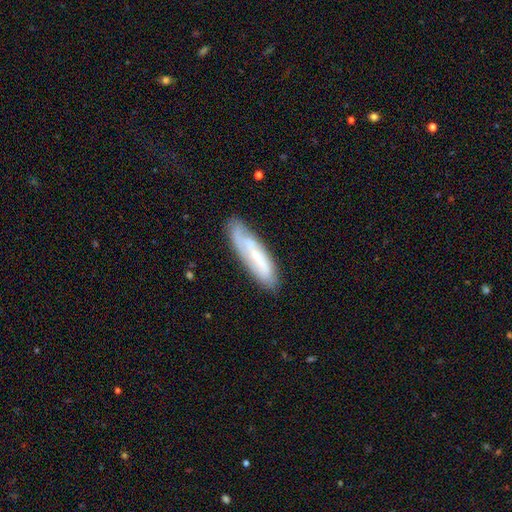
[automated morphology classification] smooth_or_featured: featured or disk (p=0.54) [alt: smooth p=0.39]
disk_edge_on: no (p=0.67) [alt: yes p=0.33]
merging: none (p=0.72) [alt: minor disturbance p=0.19]